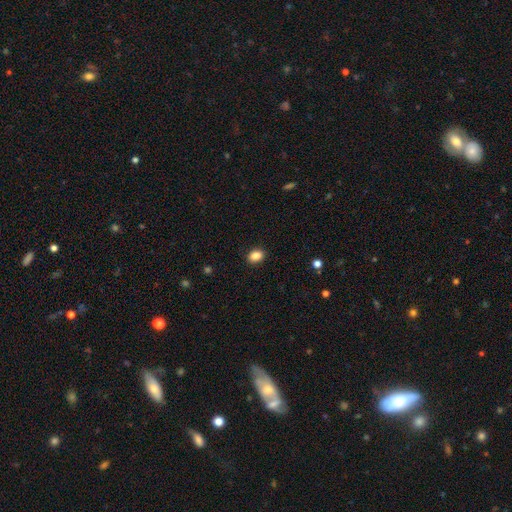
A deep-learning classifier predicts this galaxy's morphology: This appears to be a smooth galaxy with no disk features (87%) that is in between round and cigar-shaped (68%). Merging: none (90%).